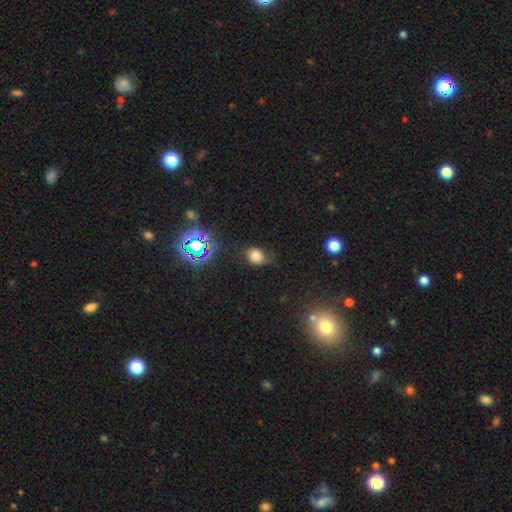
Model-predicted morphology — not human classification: The model was most divided on "how rounded": round: 50%, in between: 49%, cigar-shaped: 1%. More confident: smooth or featured — smooth (69%); merging — none (57%).